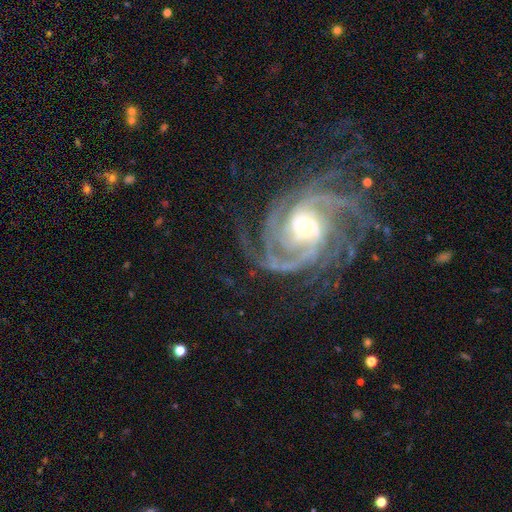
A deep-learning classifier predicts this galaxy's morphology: type=featured or disk (90%); edge-on=no (97%); bar=no (55%); spiral arms=yes (98%); winding=tight (51%); arm count=3 (30%); bulge=moderate (59%); merging=none (70%).